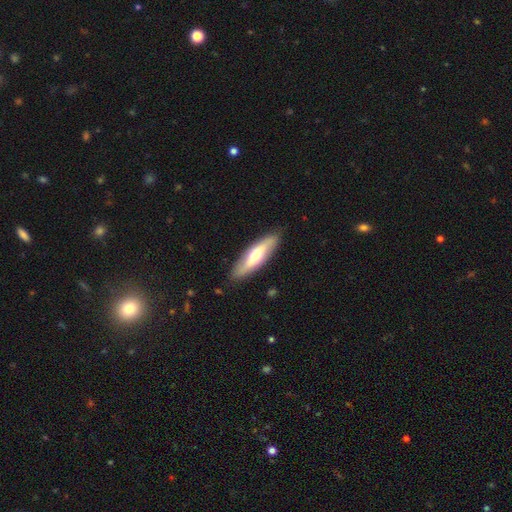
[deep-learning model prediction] Smooth or featured? Predicted: smooth (p=0.53). How rounded? Predicted: cigar-shaped (p=0.59). Merging? Predicted: none (p=0.86).